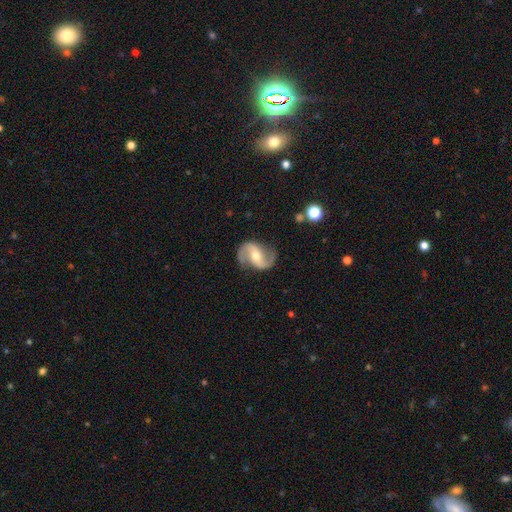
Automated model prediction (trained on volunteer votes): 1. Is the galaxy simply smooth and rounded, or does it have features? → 88% featured or disk, 7% smooth, 5% star or artifact.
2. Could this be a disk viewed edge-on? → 98% no, 2% yes.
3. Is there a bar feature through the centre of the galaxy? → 42% weak, 29% no, 28% strong.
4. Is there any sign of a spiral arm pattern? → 96% yes, 4% no.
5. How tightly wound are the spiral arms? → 48% loose, 42% medium, 10% tight.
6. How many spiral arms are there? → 94% 2, 2% can't tell, 2% 1, 1% 3, 1% 4, 1% more than 4.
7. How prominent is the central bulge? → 63% moderate, 29% small, 5% large, 2% none, 1% dominant.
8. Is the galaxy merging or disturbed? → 81% none, 12% minor disturbance, 5% major disturbance, 1% merger.